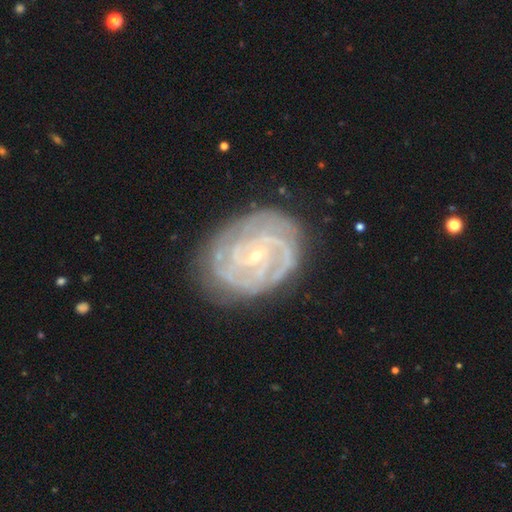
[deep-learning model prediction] A featured or disk galaxy (89%) with no bar (45%), 2 (30%) tight (76%) spiral arms (98%) and a small central bulge (84%).

Vote fractions:
- Smooth or featured? featured or disk: 89% / star or artifact: 6% / smooth: 5%
- Edge-on disk? no: 97% / yes: 3%
- Bar? no: 45% / weak: 39% / strong: 16%
- Spiral arms? yes: 98% / no: 2%
- Spiral winding? tight: 76% / medium: 21% / loose: 3%
- Spiral arm count? 2: 30% / 3: 24% / can't tell: 19% / 4: 14% / more than 4: 7% / 1: 6%
- Bulge size? small: 84% / moderate: 12% / none: 2% / large: 1% / dominant: 1%
- Merging? none: 79% / minor disturbance: 15% / major disturbance: 5% / merger: 1%